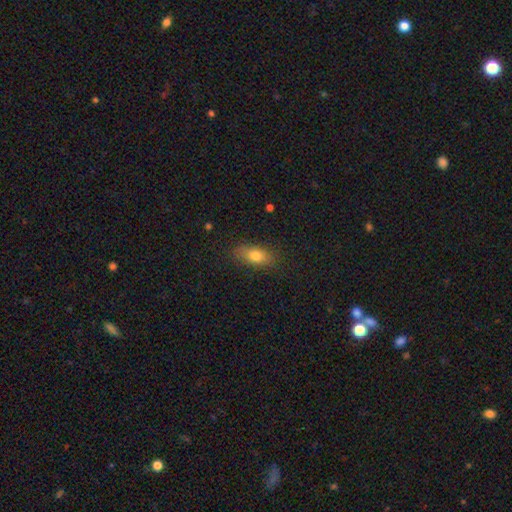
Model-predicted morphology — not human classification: A smooth galaxy with no disk features (77%) that is in between round and cigar-shaped (81%). Merging: none (83%).